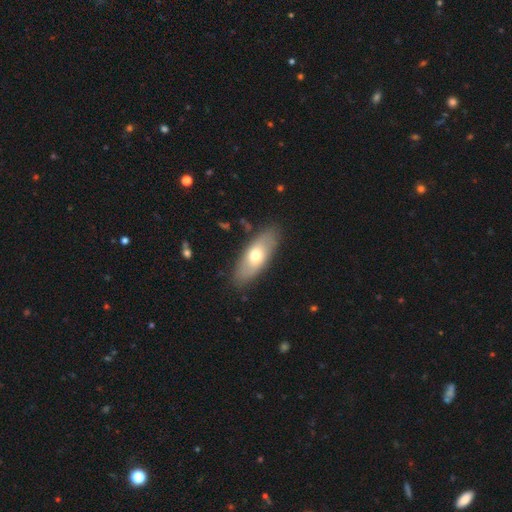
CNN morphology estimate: Overall: smooth (63%; featured or disk 31%). How rounded: in between (78%). Merging: none (85%).